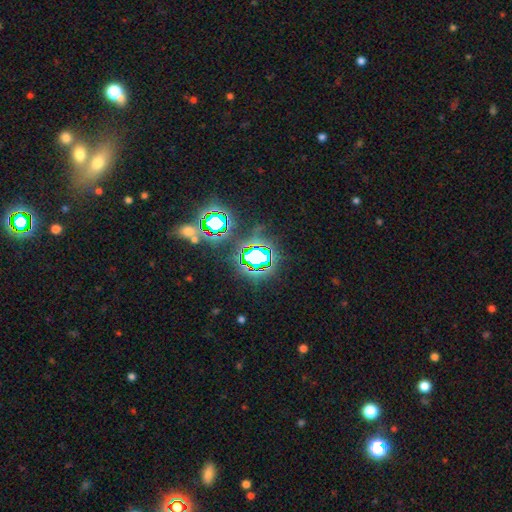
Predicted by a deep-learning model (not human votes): The model was most divided on "smooth or featured": star or artifact: 71%, smooth: 17%, featured or disk: 12%.